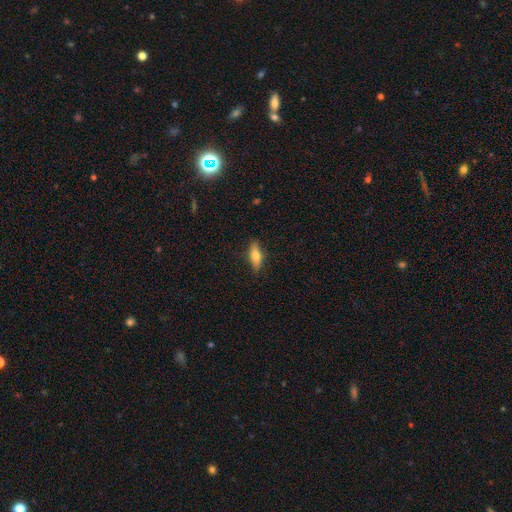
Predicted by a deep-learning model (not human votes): Smooth or featured: smooth — 65% (featured or disk — 28%)
How rounded: in between — 54% (cigar-shaped — 43%)
Merging: none — 83% (minor disturbance — 14%)